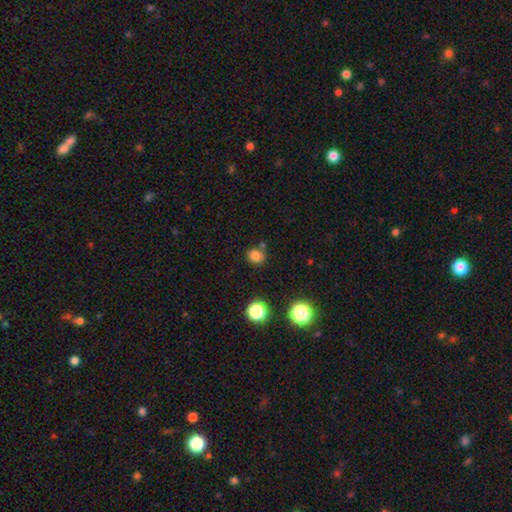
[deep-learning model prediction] Smooth or featured: smooth — 80% (star or artifact — 15%)
How rounded: round — 79% (in between — 20%)
Merging: none — 77% (minor disturbance — 11%)